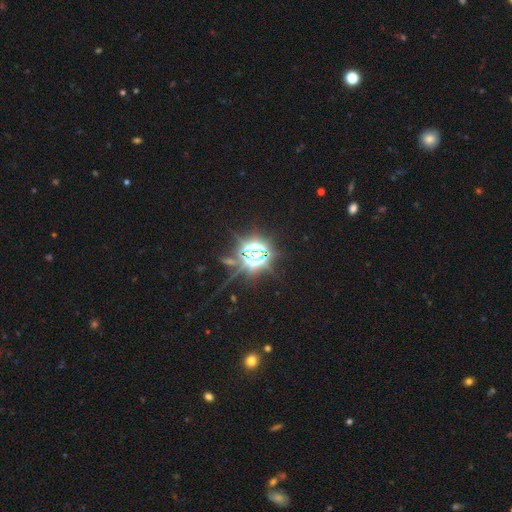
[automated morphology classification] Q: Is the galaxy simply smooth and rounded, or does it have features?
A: star or artifact — 81%.